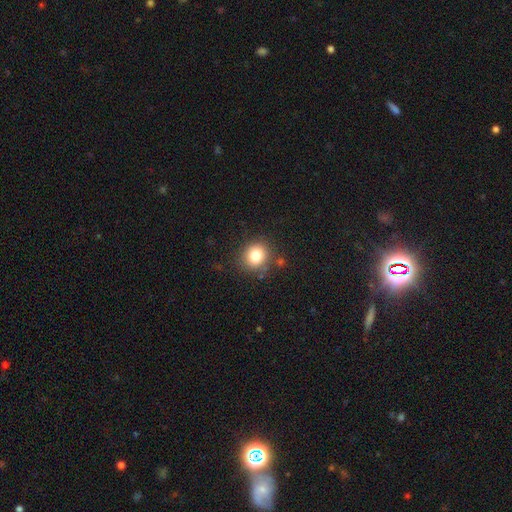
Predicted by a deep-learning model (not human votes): This appears to be a smooth galaxy with no disk features (82%) that is round (81%). Merging: none (83%).